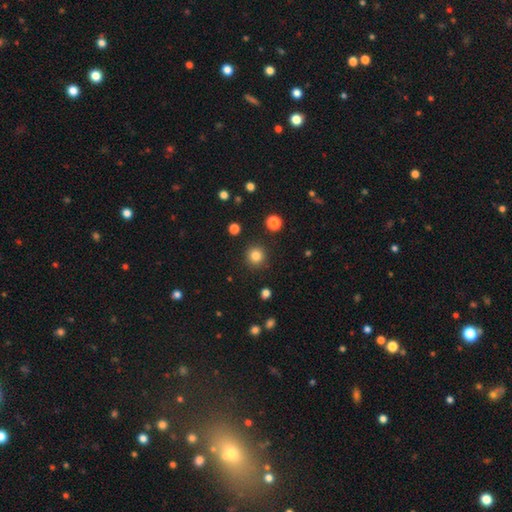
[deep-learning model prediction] Q: Smooth or featured?
A: smooth (83%); runner-up: star or artifact (12%)
Q: How rounded?
A: round (94%); runner-up: in between (5%)
Q: Merging?
A: none (90%); runner-up: minor disturbance (6%)